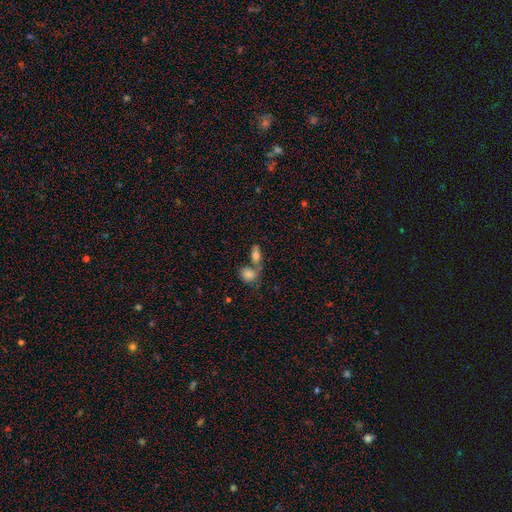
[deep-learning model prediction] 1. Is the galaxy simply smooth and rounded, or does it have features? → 73% smooth, 16% featured or disk, 11% star or artifact.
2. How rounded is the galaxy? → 77% in between, 13% round, 10% cigar-shaped.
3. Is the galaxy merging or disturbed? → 45% merger, 40% none, 10% minor disturbance, 5% major disturbance.